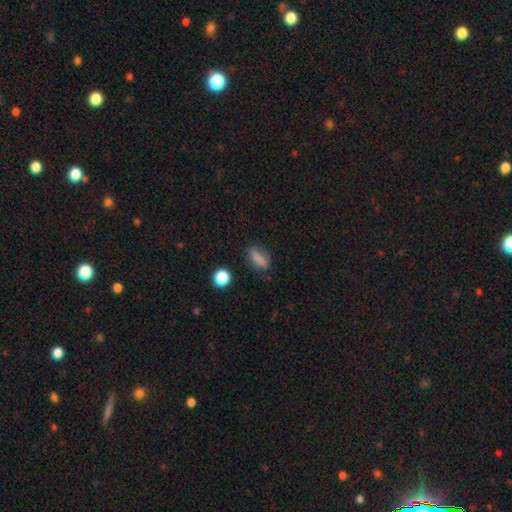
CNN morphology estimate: smooth-or-featured: smooth: 79% | star or artifact: 12% | featured or disk: 9%
  how-rounded: in between: 60% | cigar-shaped: 32% | round: 8%
  merging: none: 75% | minor disturbance: 17% | major disturbance: 5% | merger: 3%